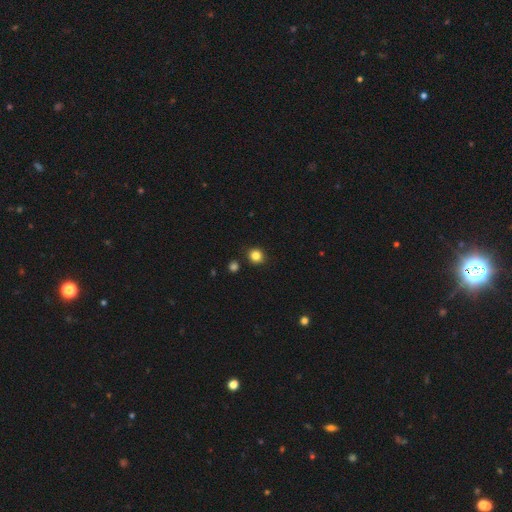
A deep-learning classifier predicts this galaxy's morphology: A smooth galaxy with no disk features (83%) that is round (88%). Merging: none (89%).